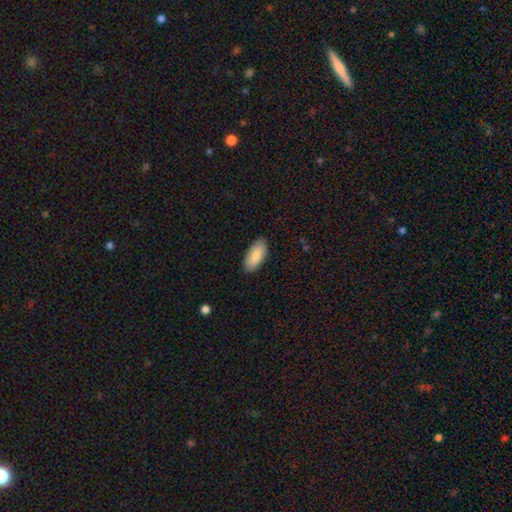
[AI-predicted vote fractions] A smooth galaxy with no disk features (88%) that is in between round and cigar-shaped (89%). Merging: none (88%).